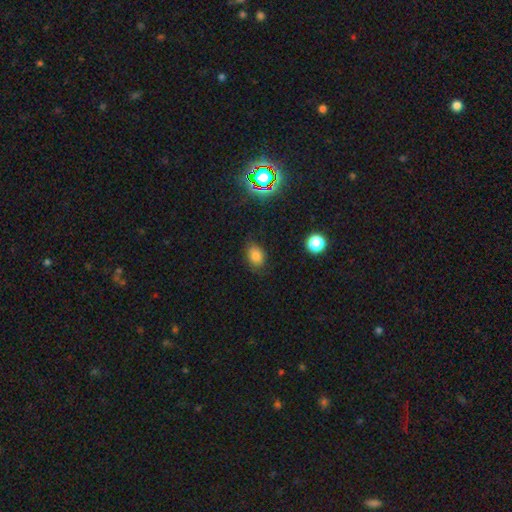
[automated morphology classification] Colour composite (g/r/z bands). It shows a smooth galaxy with no disk features (78%) that is in between round and cigar-shaped (74%). Merging: none (77%).